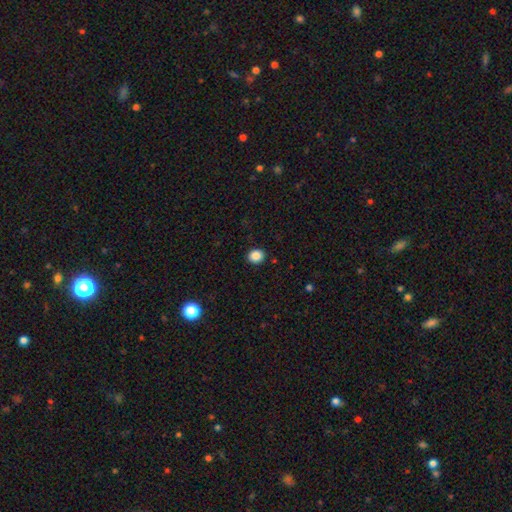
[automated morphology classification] Smooth or featured? Predicted: smooth (p=0.86). How rounded? Predicted: round (p=0.78). Merging? Predicted: none (p=0.91).